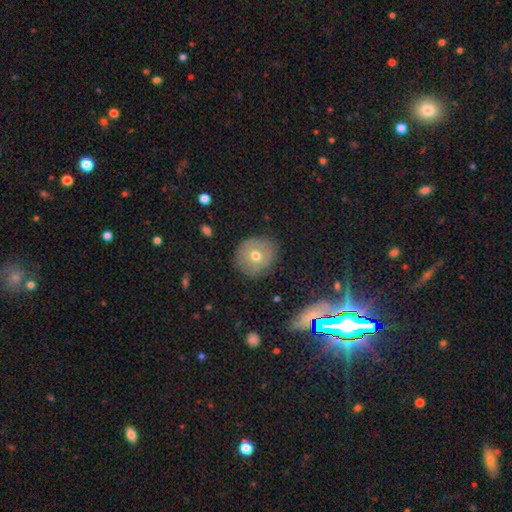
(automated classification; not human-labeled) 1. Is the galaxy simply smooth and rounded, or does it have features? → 59% smooth, 30% featured or disk, 11% star or artifact.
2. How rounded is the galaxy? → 82% round, 17% in between, 1% cigar-shaped.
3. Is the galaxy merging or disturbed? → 81% none, 13% minor disturbance, 4% major disturbance, 1% merger.